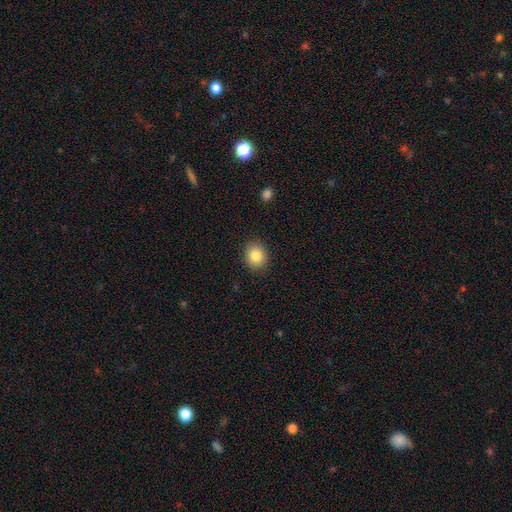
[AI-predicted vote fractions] Smooth or featured? Predicted: smooth (p=0.84). How rounded? Predicted: round (p=0.69). Merging? Predicted: none (p=0.89).